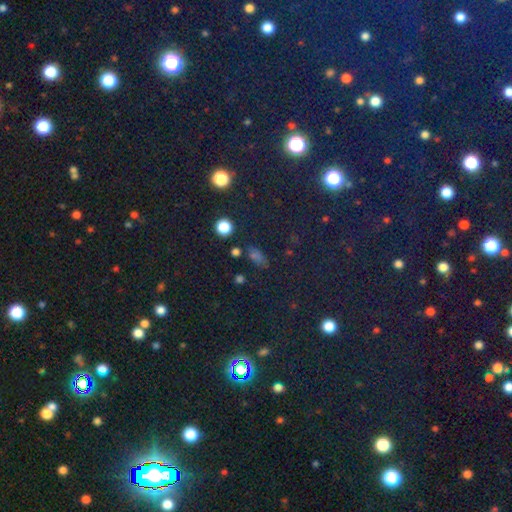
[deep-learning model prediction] Smooth or featured? smooth (54%)
How rounded? in between (70%)
Merging? none (77%)